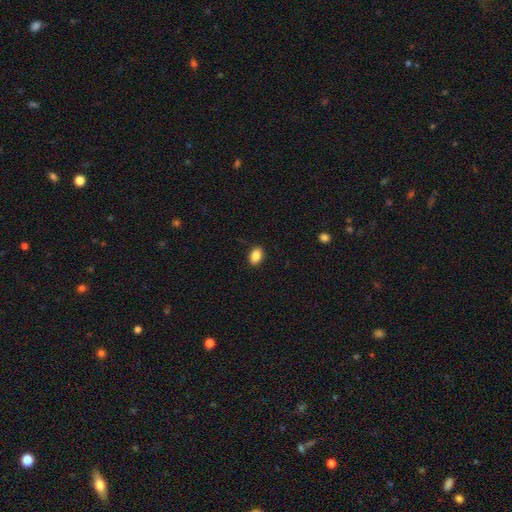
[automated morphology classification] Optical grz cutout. It shows a smooth galaxy with no disk features (87%) that is in between round and cigar-shaped (83%). Merging: none (88%).